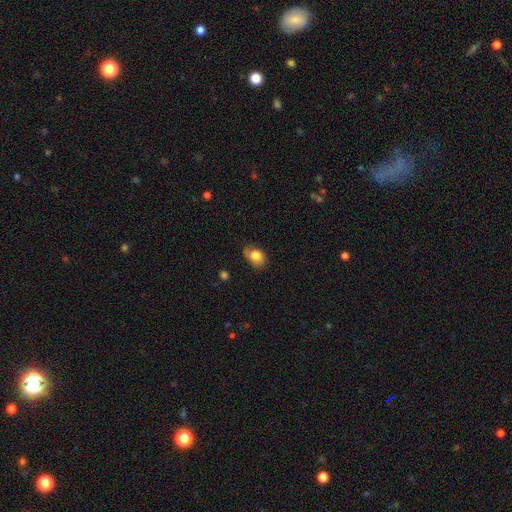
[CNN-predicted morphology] This appears to be a smooth galaxy with no disk features (80%) that is in between round and cigar-shaped (77%). Merging: none (59%).